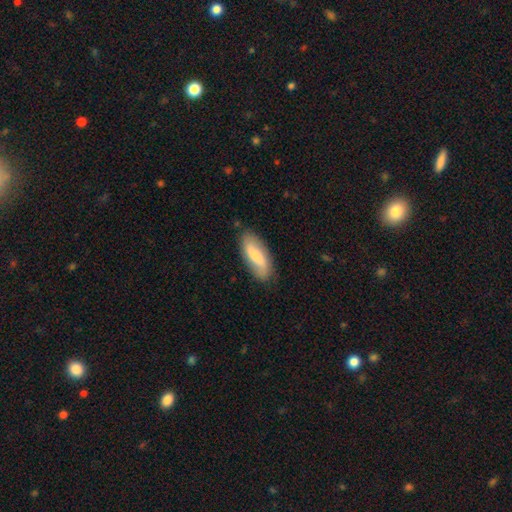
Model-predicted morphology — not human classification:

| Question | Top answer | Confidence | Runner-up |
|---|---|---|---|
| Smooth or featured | smooth | 60% | featured or disk (34%) |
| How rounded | in between | 76% | cigar-shaped (21%) |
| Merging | none | 82% | minor disturbance (14%) |